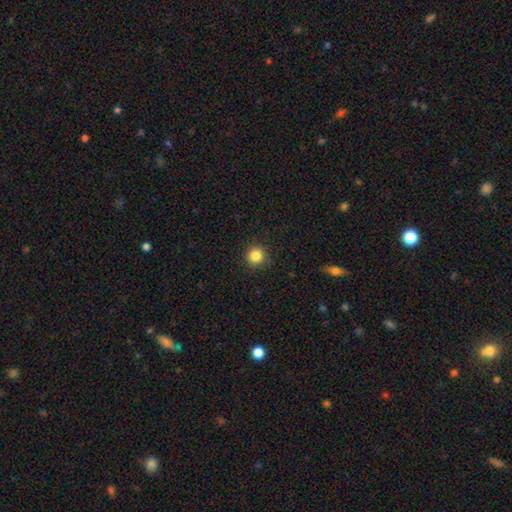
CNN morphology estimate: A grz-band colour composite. It shows a smooth galaxy with no disk features (85%) that is round (94%). Merging: none (91%).